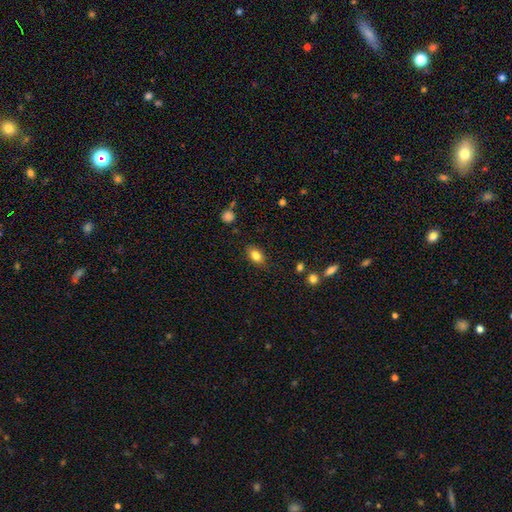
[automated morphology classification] smooth_or_featured: smooth (p=0.82) [alt: star or artifact p=0.09]
how_rounded: in between (p=0.84) [alt: round p=0.13]
merging: none (p=0.84) [alt: minor disturbance p=0.12]